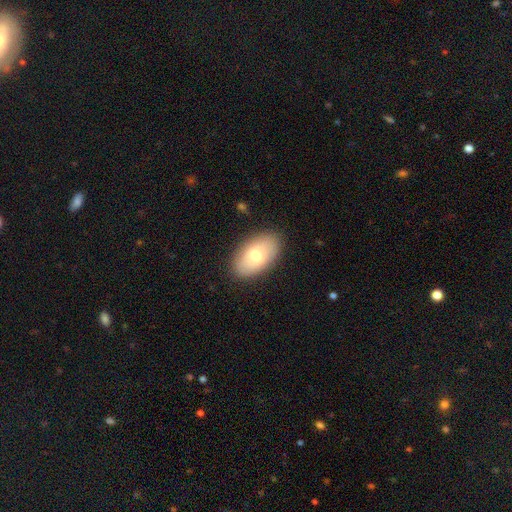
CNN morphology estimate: smooth_or_featured: smooth (p=0.73) [alt: featured or disk p=0.21]
how_rounded: in between (p=0.93) [alt: round p=0.05]
merging: none (p=0.87) [alt: minor disturbance p=0.09]